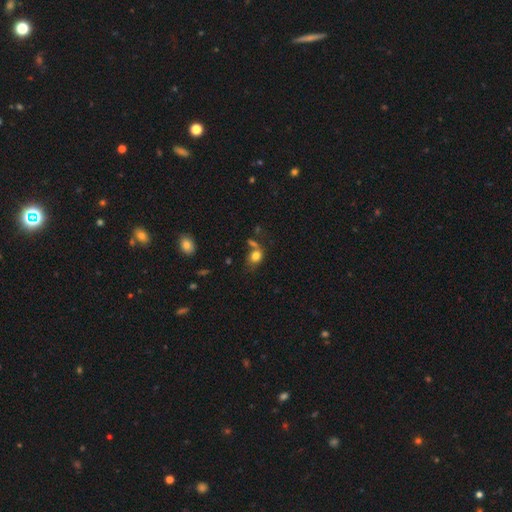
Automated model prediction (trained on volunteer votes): Smooth or featured?
  - smooth: 79% *
  - star or artifact: 11%
  - featured or disk: 9%
How rounded?
  - in between: 56% *
  - round: 42%
  - cigar-shaped: 2%
Merging?
  - none: 47% *
  - merger: 24%
  - minor disturbance: 19%
  - major disturbance: 10%